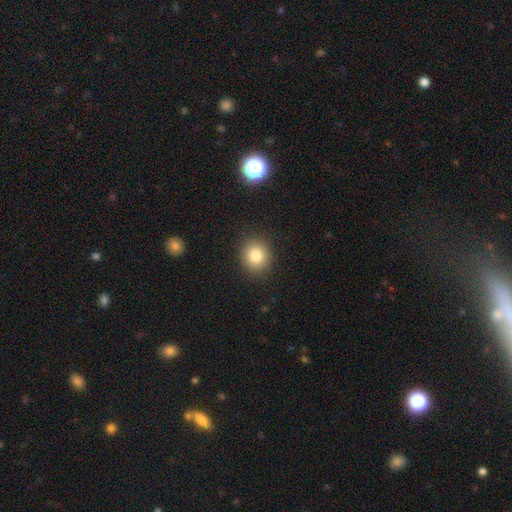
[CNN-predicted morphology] Q: Smooth or featured?
A: smooth (82%); runner-up: star or artifact (11%)
Q: How rounded?
A: round (82%); runner-up: in between (17%)
Q: Merging?
A: none (90%); runner-up: minor disturbance (7%)